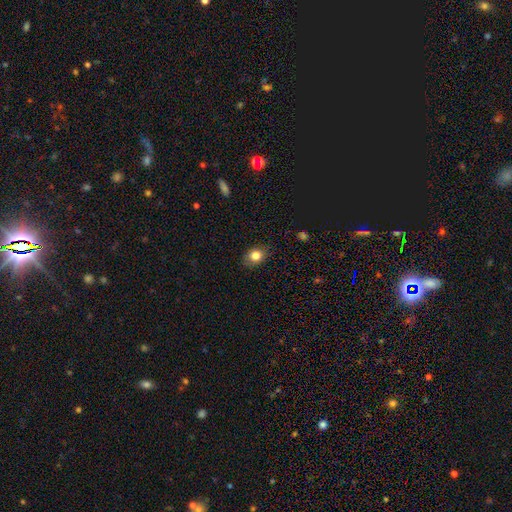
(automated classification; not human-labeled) Smooth or featured? smooth (82%)
How rounded? in between (53%)
Merging? none (82%)